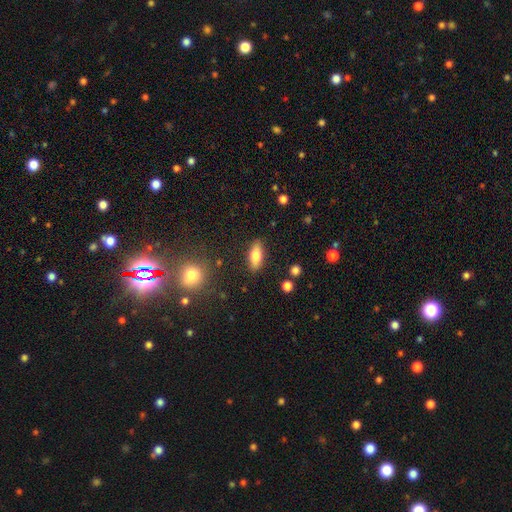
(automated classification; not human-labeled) Smooth or featured: smooth — 74% (featured or disk — 19%)
How rounded: in between — 73% (cigar-shaped — 24%)
Merging: none — 86% (minor disturbance — 9%)